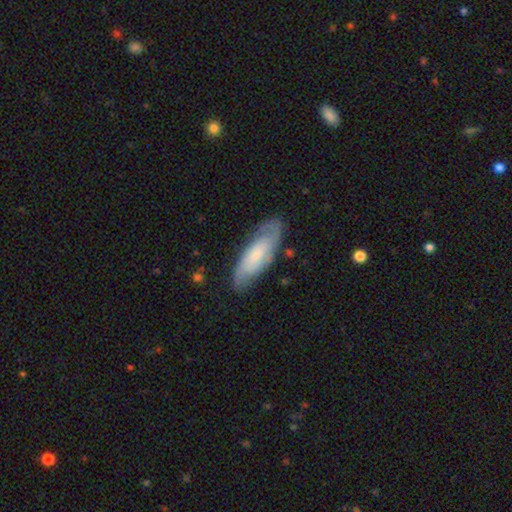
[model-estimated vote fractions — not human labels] This is possibly a featured or disk galaxy (59%). It is clearly not viewed edge-on (83%). Merging: likely none (78%).